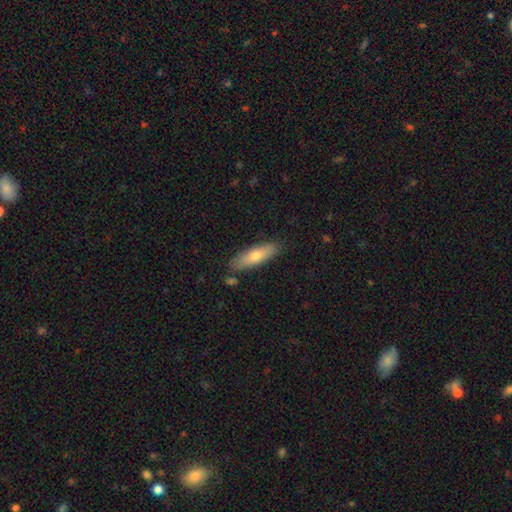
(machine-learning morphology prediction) This appears to be a smooth galaxy with no disk features (68%) that is cigar-shaped (61%). Merging: none (84%).